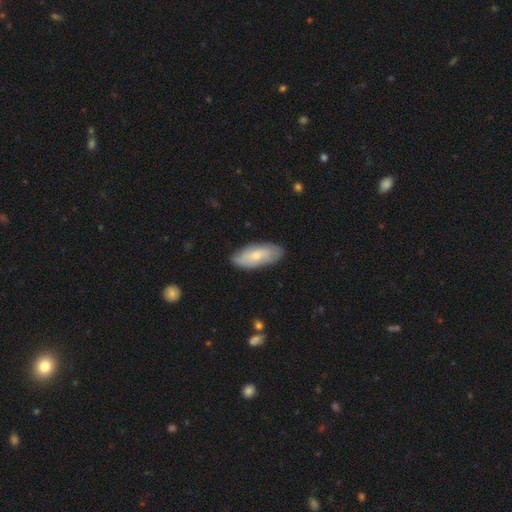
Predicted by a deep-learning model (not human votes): smooth-or-featured: smooth: 70% | featured or disk: 25% | star or artifact: 6%
  how-rounded: in between: 83% | cigar-shaped: 15% | round: 2%
  merging: none: 82% | minor disturbance: 14% | major disturbance: 2% | merger: 1%